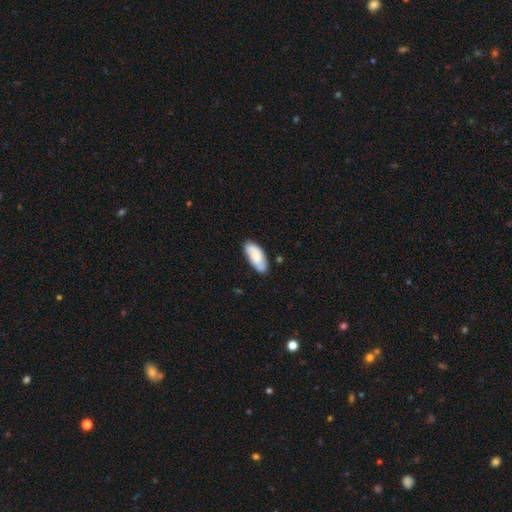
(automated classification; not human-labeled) smooth_or_featured: smooth (p=0.77) [alt: featured or disk p=0.17]
how_rounded: in between (p=0.86) [alt: cigar-shaped p=0.13]
merging: none (p=0.75) [alt: minor disturbance p=0.19]